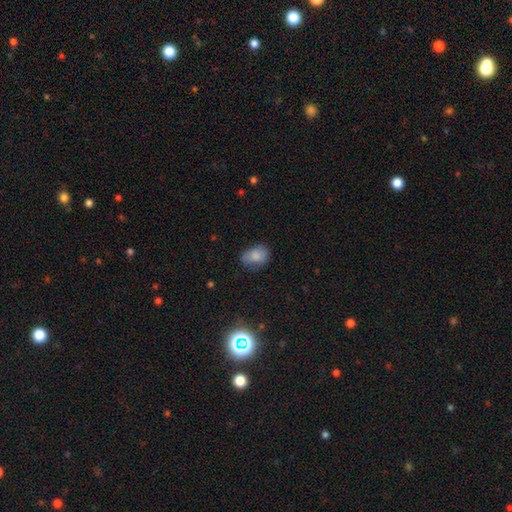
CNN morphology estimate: smooth 80%, featured or disk 10%, star or artifact 10%. Down the decision tree: how rounded — in between (74%); merging — none (60%).